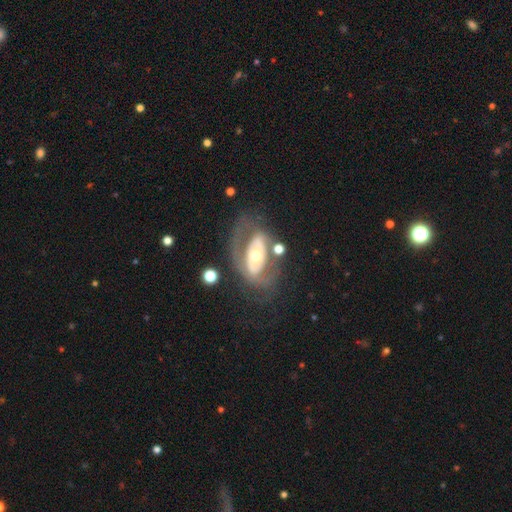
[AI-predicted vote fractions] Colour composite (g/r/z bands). It shows a featured or disk galaxy (75%) with no bar (53%), spiral arms (56%) and a moderate central bulge (54%). Merging: none (52%).